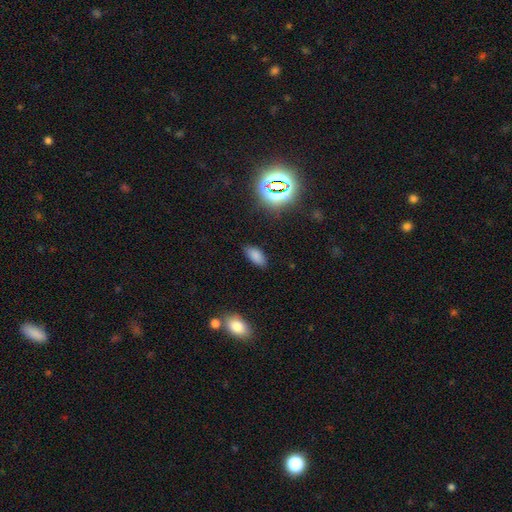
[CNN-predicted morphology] This appears to be a smooth galaxy with no disk features (79%) that is in between round and cigar-shaped (92%). Merging: none (83%).